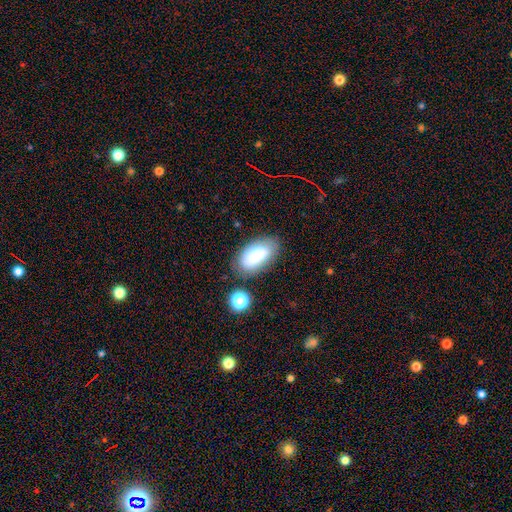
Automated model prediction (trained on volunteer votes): A smooth galaxy with no disk features (81%) that is in between round and cigar-shaped (93%).

Vote fractions:
- Smooth or featured? smooth: 81% / featured or disk: 10% / star or artifact: 9%
- How rounded? in between: 93% / round: 4% / cigar-shaped: 4%
- Merging? none: 69% / minor disturbance: 18% / merger: 7% / major disturbance: 6%